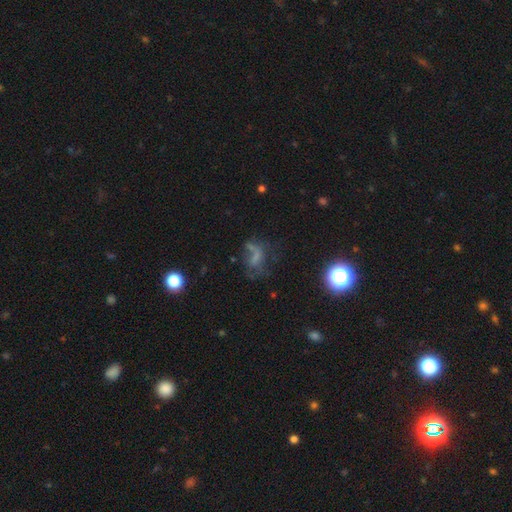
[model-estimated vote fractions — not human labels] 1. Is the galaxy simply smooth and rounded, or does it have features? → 36% smooth, 34% featured or disk, 30% star or artifact.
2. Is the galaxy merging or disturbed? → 39% major disturbance, 34% none, 18% minor disturbance, 9% merger.